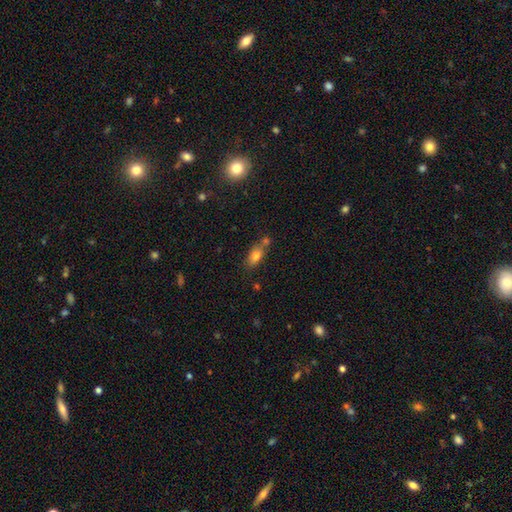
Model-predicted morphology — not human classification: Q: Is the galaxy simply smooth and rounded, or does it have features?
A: smooth — 76%.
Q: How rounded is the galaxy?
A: in between — 81%.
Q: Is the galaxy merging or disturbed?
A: none — 50%.